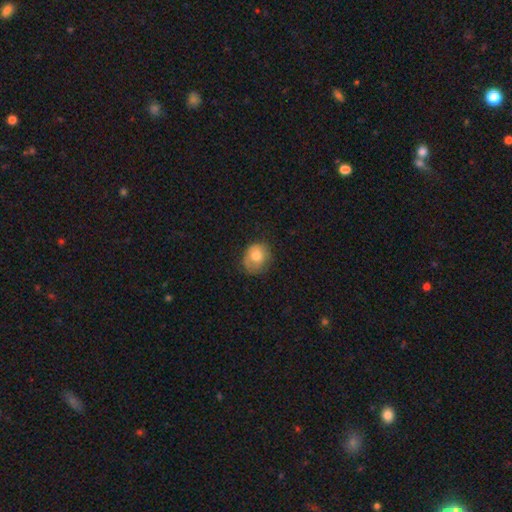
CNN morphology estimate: The model was most divided on "how rounded": round: 66%, in between: 33%, cigar-shaped: 1%. More confident: smooth or featured — smooth (75%); merging — none (65%).